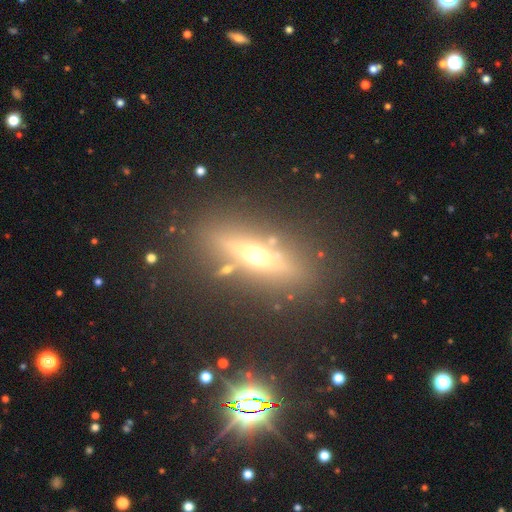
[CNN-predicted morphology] A featured or disk galaxy (59%) viewed edge-on (87%) with a rounded central bulge (92%). Merging: none (82%).